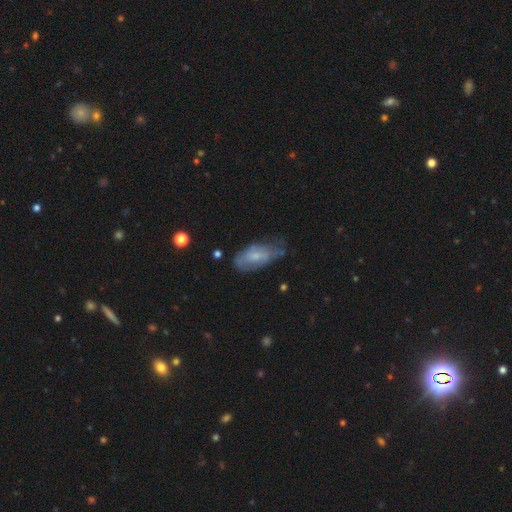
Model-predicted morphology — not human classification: smooth_or_featured: smooth (p=0.52) [alt: featured or disk p=0.41]
how_rounded: in between (p=0.87) [alt: cigar-shaped p=0.10]
merging: none (p=0.47) [alt: minor disturbance p=0.36]